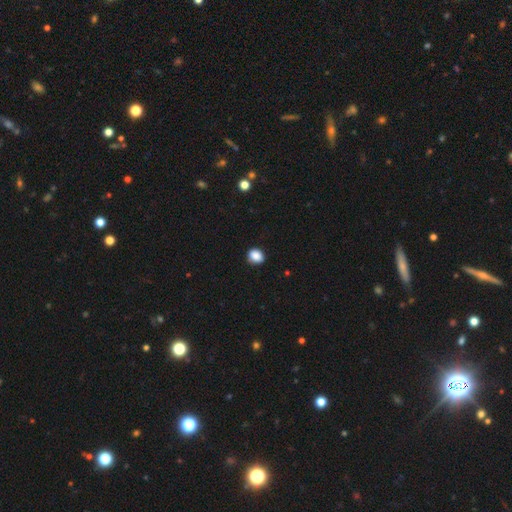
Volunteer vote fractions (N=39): smooth_or_featured: smooth (p=0.97) [alt: star or artifact p=0.03]
how_rounded: in between (p=0.55) [alt: round p=0.45]
merging: none (p=0.84) [alt: minor disturbance p=0.16]